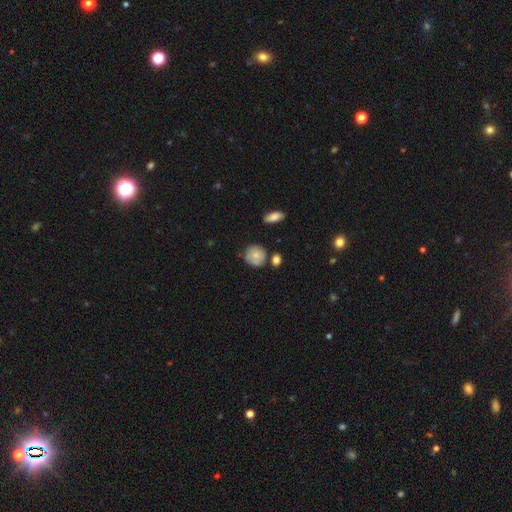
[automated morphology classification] Overall: smooth (72%). How rounded: round (84%). Merging: none (65%).